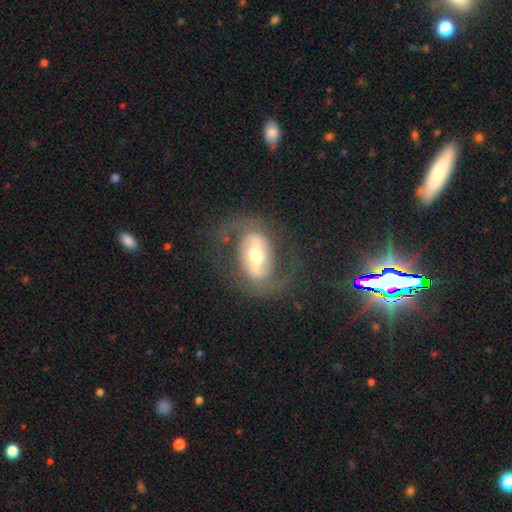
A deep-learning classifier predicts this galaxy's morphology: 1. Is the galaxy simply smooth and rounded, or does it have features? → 78% featured or disk, 15% smooth, 7% star or artifact.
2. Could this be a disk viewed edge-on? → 95% no, 5% yes.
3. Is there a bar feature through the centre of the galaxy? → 45% strong, 32% weak, 23% no.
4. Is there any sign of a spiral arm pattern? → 77% yes, 23% no.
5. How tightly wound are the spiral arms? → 48% medium, 31% loose, 21% tight.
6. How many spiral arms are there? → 87% 2, 7% can't tell, 3% 1, 1% 3, 1% 4, 1% more than 4.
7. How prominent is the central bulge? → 68% moderate, 18% small, 12% large, 2% dominant, 1% none.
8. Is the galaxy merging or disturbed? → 71% none, 14% major disturbance, 13% minor disturbance, 2% merger.